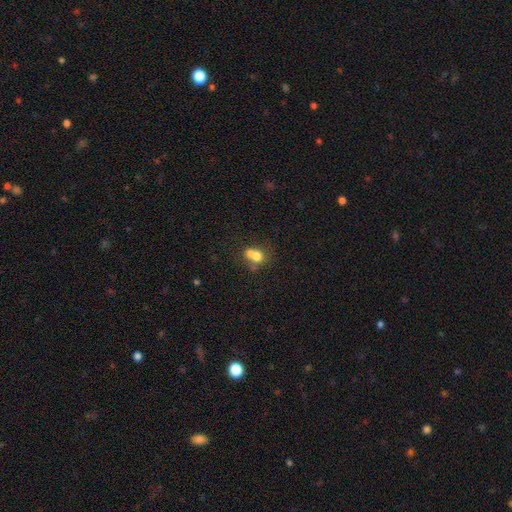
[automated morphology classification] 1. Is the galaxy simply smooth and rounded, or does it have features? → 69% smooth, 19% featured or disk, 12% star or artifact.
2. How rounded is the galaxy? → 61% round, 38% in between, 1% cigar-shaped.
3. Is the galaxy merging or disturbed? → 56% merger, 29% none, 10% minor disturbance, 5% major disturbance.